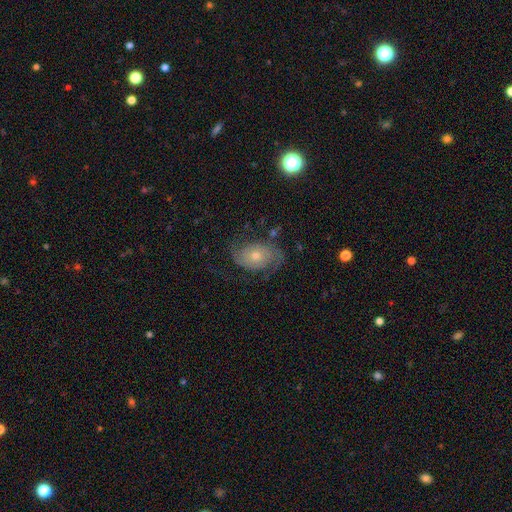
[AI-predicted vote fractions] Q: Smooth or featured?
A: featured or disk (77%); runner-up: smooth (13%)
Q: Edge-on disk?
A: no (97%); runner-up: yes (3%)
Q: Bar?
A: no (77%); runner-up: weak (18%)
Q: Spiral arms?
A: yes (93%); runner-up: no (7%)
Q: Spiral winding?
A: medium (41%); runner-up: tight (39%)
Q: Spiral arm count?
A: 2 (80%); runner-up: can't tell (10%)
Q: Bulge size?
A: small (51%); runner-up: moderate (43%)
Q: Merging?
A: none (71%); runner-up: minor disturbance (17%)